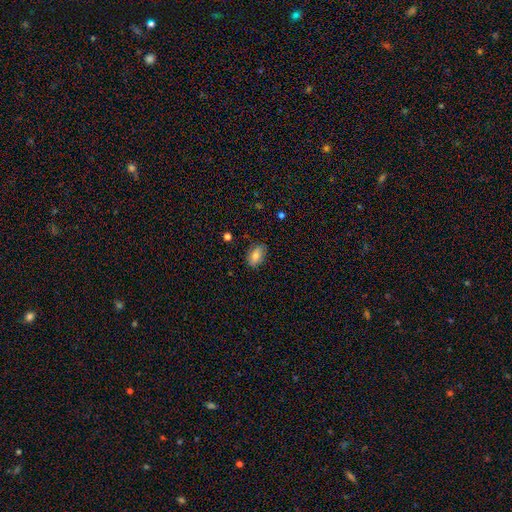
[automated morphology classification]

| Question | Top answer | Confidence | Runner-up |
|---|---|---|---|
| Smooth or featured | smooth | 79% | featured or disk (12%) |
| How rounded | in between | 90% | round (7%) |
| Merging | none | 81% | minor disturbance (15%) |